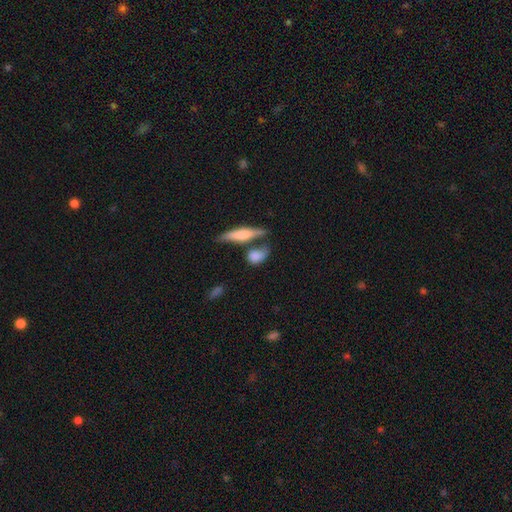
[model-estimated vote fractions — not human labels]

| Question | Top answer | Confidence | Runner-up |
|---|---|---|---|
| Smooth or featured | smooth | 72% | featured or disk (20%) |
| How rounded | in between | 57% | round (26%) |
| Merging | none | 45% | merger (27%) |